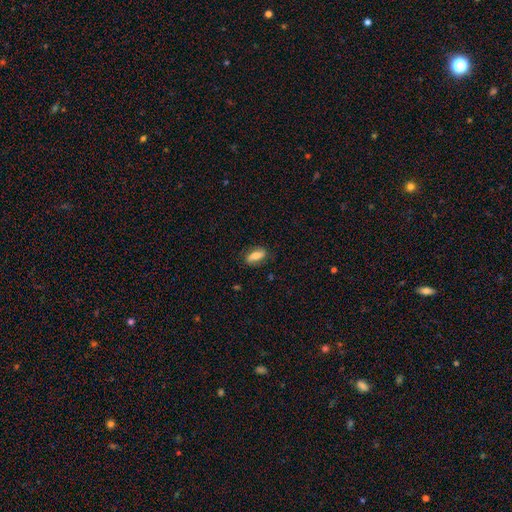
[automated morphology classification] The model was most divided on "smooth or featured": smooth: 66%, featured or disk: 27%, star or artifact: 7%. More confident: merging — none (79%); how rounded — in between (78%).